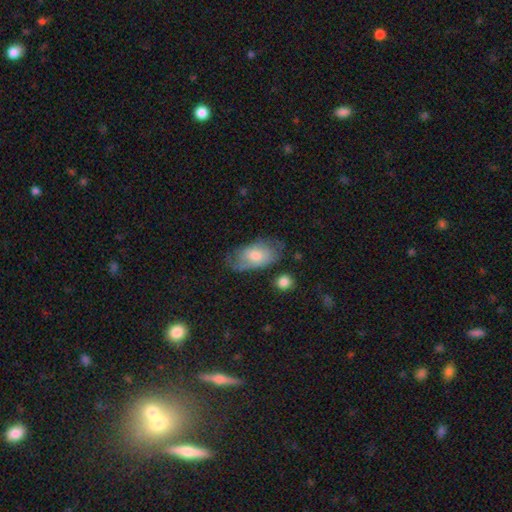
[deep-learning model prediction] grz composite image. It shows a smooth galaxy with no disk features (58%) that is in between round and cigar-shaped (92%). Merging: none (55%).